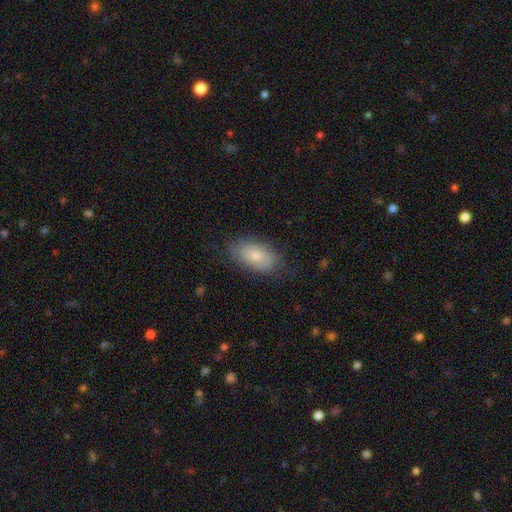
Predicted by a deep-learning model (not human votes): This is likely a smooth galaxy (70%). How rounded: clearly in between (93%). Merging: likely none (74%).